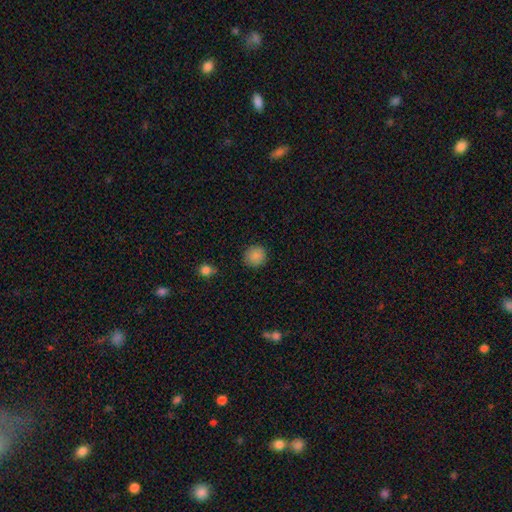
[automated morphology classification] This appears to be a smooth galaxy with no disk features (86%) that is round (92%). Merging: none (88%).